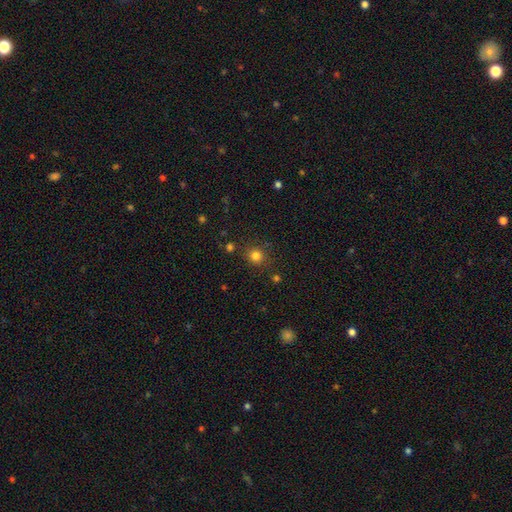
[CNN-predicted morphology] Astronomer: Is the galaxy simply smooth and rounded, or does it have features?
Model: smooth — 80%.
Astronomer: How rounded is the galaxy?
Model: round — 90%.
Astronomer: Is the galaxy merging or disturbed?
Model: none — 85%.